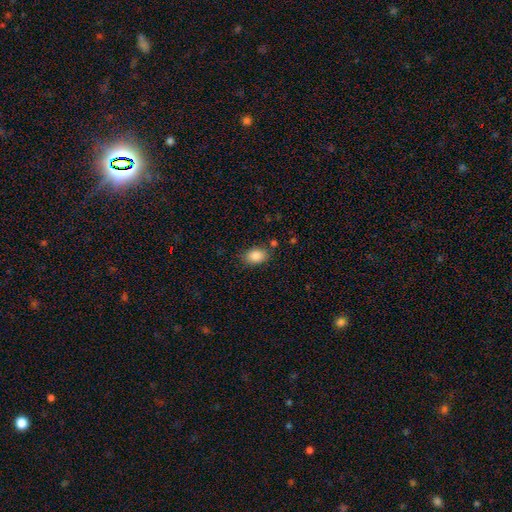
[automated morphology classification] Smooth or featured: smooth — 88% (star or artifact — 8%)
How rounded: in between — 82% (round — 17%)
Merging: none — 80% (minor disturbance — 13%)